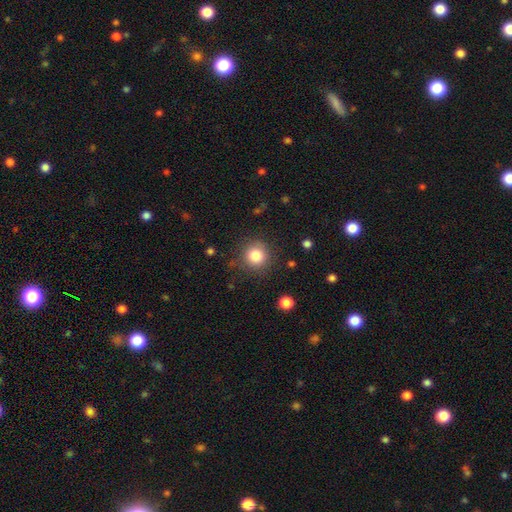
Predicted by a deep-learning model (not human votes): Smooth or featured: smooth — 82% (star or artifact — 11%)
How rounded: round — 92% (in between — 7%)
Merging: none — 85% (minor disturbance — 10%)